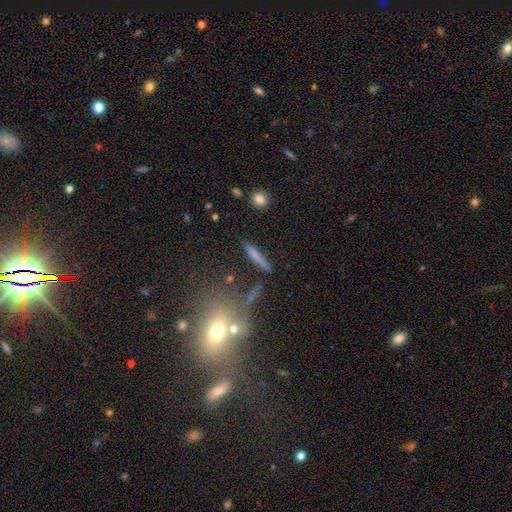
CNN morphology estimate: Overall: smooth (65%; featured or disk 26%). How rounded: cigar-shaped (91%). Merging: none (82%).